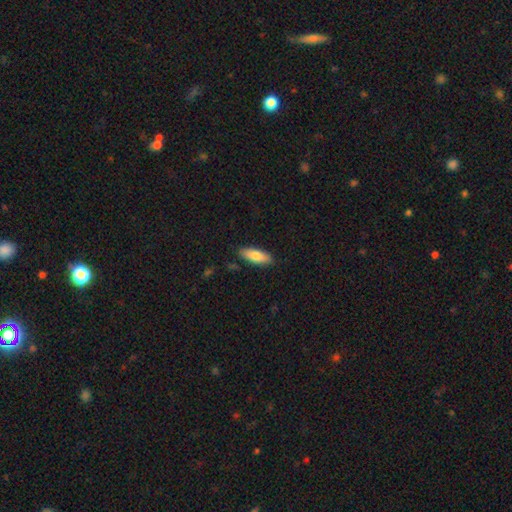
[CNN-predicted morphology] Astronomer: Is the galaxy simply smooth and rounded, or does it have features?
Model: smooth — 79%.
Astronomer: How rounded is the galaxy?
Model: in between — 65%.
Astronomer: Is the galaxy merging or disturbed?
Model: none — 87%.